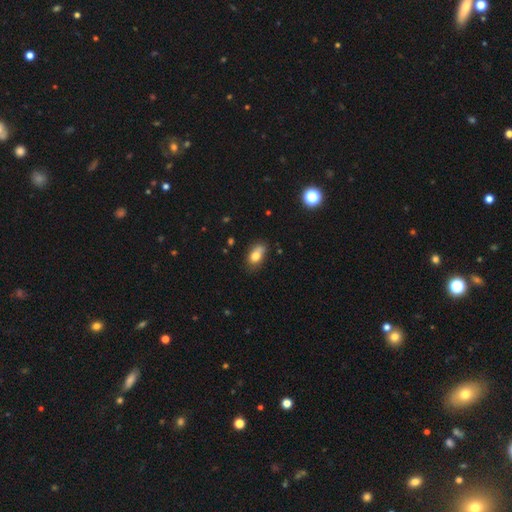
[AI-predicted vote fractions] This appears to be a smooth galaxy with no disk features (77%) that is in between round and cigar-shaped (85%). Merging: none (54%).